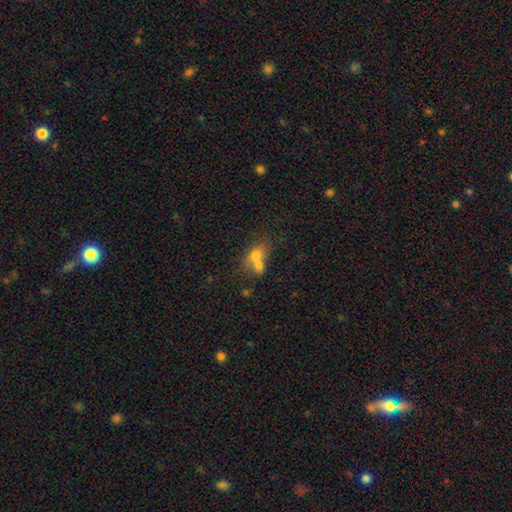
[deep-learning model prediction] A smooth galaxy with no disk features (67%) that is in between round and cigar-shaped (70%). Merging: merger (65%).